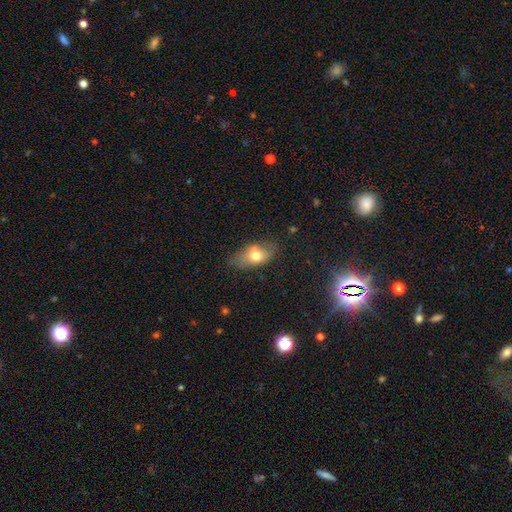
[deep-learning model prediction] Smooth or featured? smooth (69%)
How rounded? in between (86%)
Merging? none (64%)